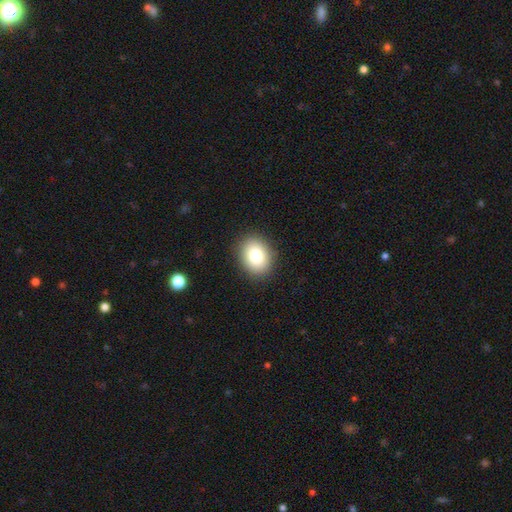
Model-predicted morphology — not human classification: The model was most divided on "how rounded": in between: 59%, round: 41%, cigar-shaped: 1%. More confident: merging — none (89%); smooth or featured — smooth (82%).